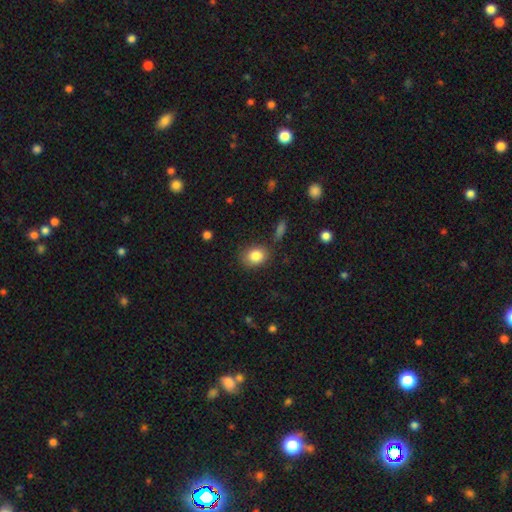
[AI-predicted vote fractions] Smooth or featured? Predicted: smooth (p=0.85). How rounded? Predicted: in between (p=0.59). Merging? Predicted: none (p=0.80).